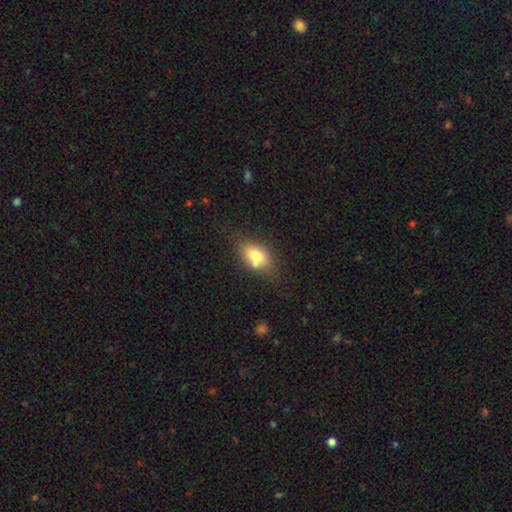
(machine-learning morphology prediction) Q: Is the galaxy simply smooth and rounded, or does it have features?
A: smooth — 73%.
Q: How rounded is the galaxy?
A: in between — 83%.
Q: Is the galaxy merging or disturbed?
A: none — 58%.